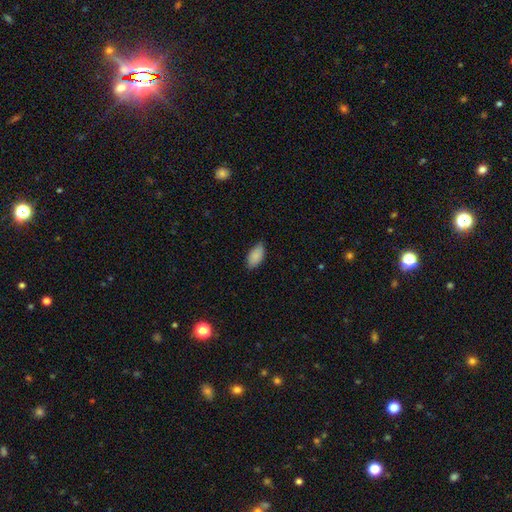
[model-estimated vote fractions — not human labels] Smooth or featured?
  - smooth: 88% *
  - star or artifact: 7%
  - featured or disk: 5%
How rounded?
  - in between: 94% *
  - cigar-shaped: 4%
  - round: 2%
Merging?
  - none: 79% *
  - minor disturbance: 17%
  - major disturbance: 3%
  - merger: 1%